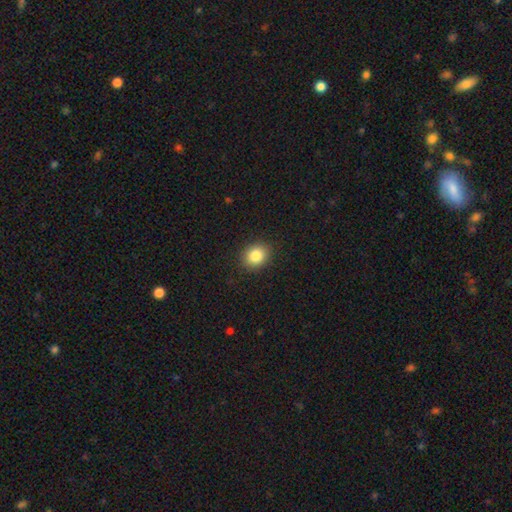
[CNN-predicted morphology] This appears to be a smooth galaxy with no disk features (85%) that is round (65%). Merging: none (89%).